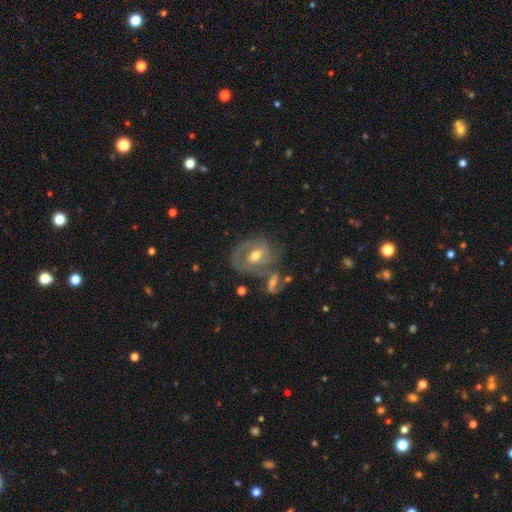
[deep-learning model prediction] Smooth or featured?
  - featured or disk: 74% *
  - smooth: 19%
  - star or artifact: 7%
Edge-on disk?
  - no: 96% *
  - yes: 4%
Bar?
  - weak: 45% *
  - no: 36%
  - strong: 19%
Spiral arms?
  - yes: 82% *
  - no: 18%
Spiral winding?
  - tight: 43% *
  - medium: 41%
  - loose: 16%
Spiral arm count?
  - 2: 48% *
  - can't tell: 21%
  - 1: 19%
  - 3: 8%
  - 4: 2%
  - more than 4: 2%
Bulge size?
  - moderate: 69% *
  - small: 25%
  - large: 4%
  - none: 1%
  - dominant: 1%
Merging?
  - none: 45% *
  - merger: 22%
  - minor disturbance: 19%
  - major disturbance: 14%